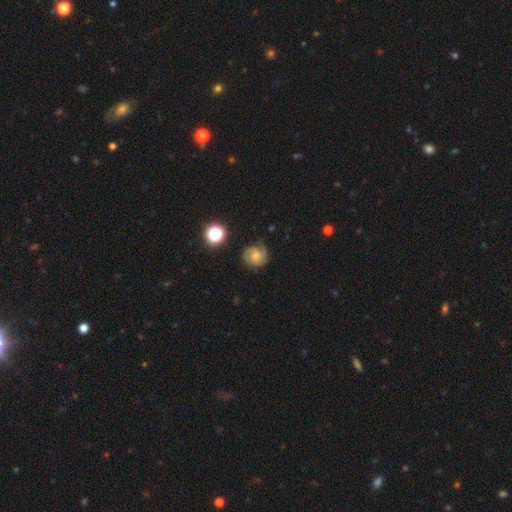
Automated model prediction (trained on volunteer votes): A featured or disk galaxy (58%) with no bar (75%), 2 (44%) tight (53%) spiral arms (91%) and a small central bulge (50%). Merging: none (67%).